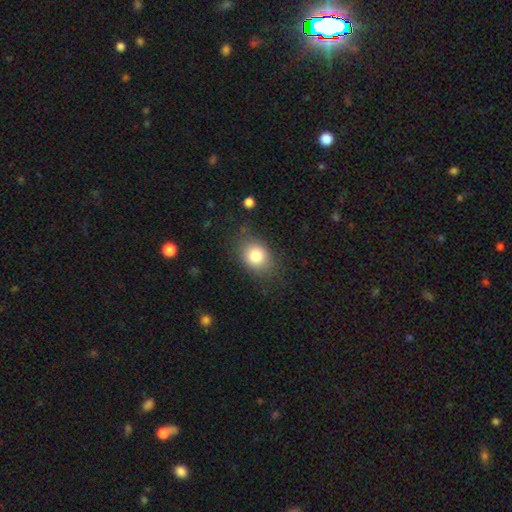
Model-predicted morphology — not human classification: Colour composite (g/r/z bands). It shows a smooth galaxy with no disk features (82%) that is in between round and cigar-shaped (51%). Merging: none (76%).